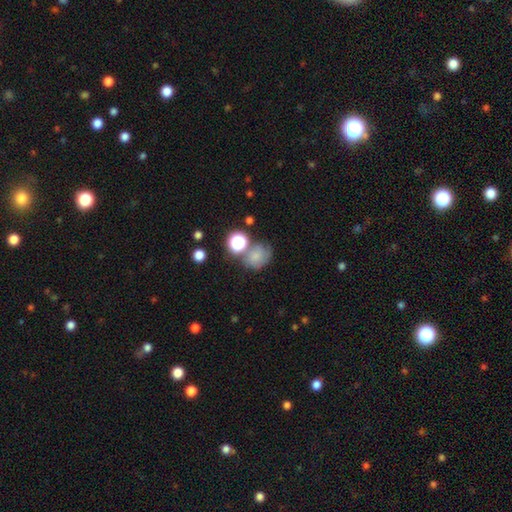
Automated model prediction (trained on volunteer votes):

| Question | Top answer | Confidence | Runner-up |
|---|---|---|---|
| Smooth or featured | smooth | 68% | star or artifact (16%) |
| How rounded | round | 61% | in between (38%) |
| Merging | none | 46% | merger (21%) |